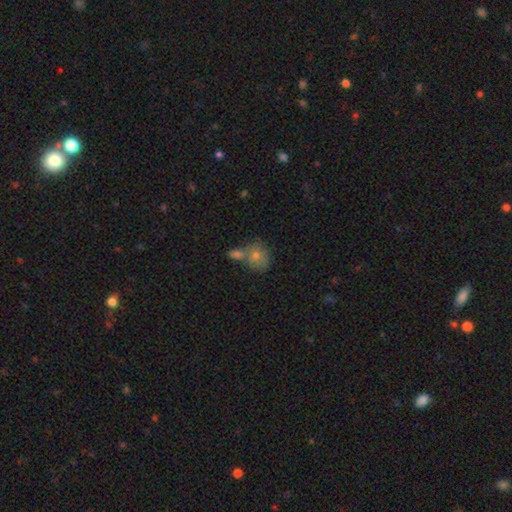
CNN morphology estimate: smooth_or_featured: smooth (p=0.71) [alt: featured or disk p=0.16]
how_rounded: round (p=0.69) [alt: in between p=0.30]
merging: none (p=0.44) [alt: merger p=0.38]